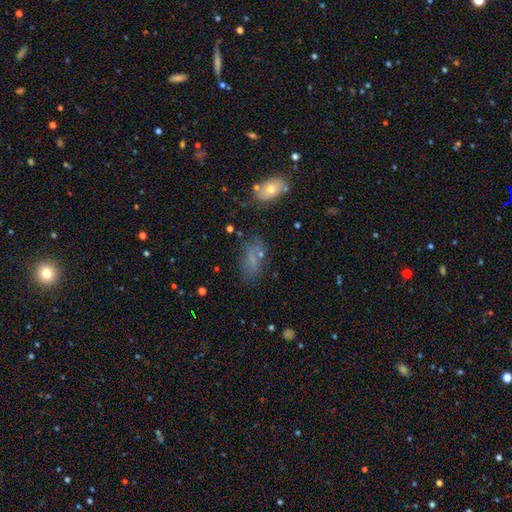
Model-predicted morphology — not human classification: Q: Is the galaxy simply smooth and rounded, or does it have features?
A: smooth — 57%.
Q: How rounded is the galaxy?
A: in between — 85%.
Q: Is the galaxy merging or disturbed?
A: none — 61%.